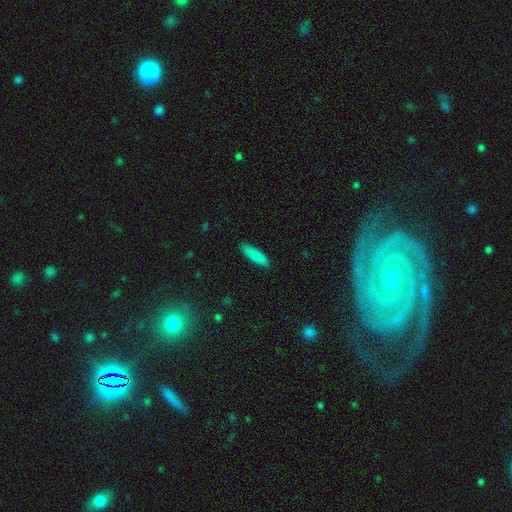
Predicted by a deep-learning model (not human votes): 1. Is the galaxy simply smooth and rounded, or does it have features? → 87% smooth, 7% star or artifact, 6% featured or disk.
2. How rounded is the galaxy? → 59% cigar-shaped, 39% in between, 2% round.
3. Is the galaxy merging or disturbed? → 88% none, 9% minor disturbance, 2% major disturbance, 1% merger.